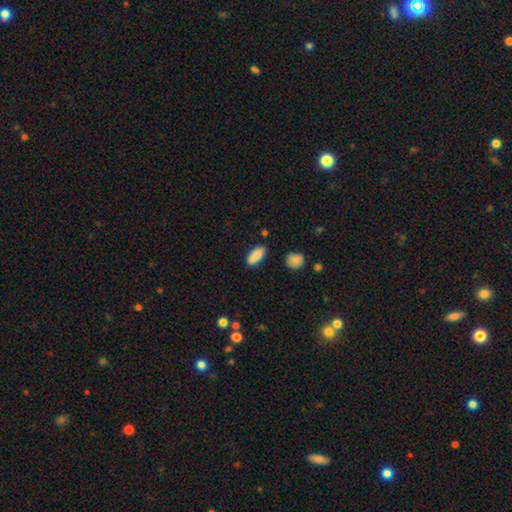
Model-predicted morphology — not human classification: Smooth or featured? smooth (88%)
How rounded? in between (77%)
Merging? none (85%)